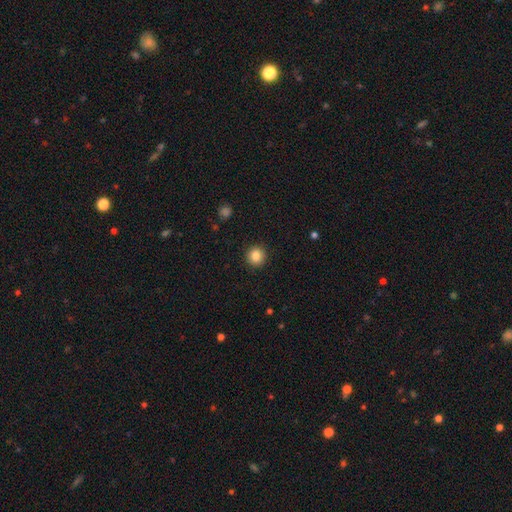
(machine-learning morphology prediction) This appears to be a smooth galaxy with no disk features (85%) that is round (94%). Merging: none (92%).